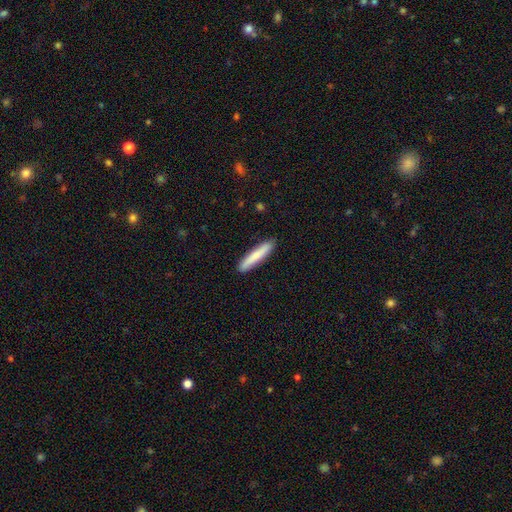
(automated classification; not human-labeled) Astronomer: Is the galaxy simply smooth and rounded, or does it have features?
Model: smooth — 74%.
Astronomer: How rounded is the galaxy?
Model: cigar-shaped — 93%.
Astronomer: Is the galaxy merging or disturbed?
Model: none — 90%.